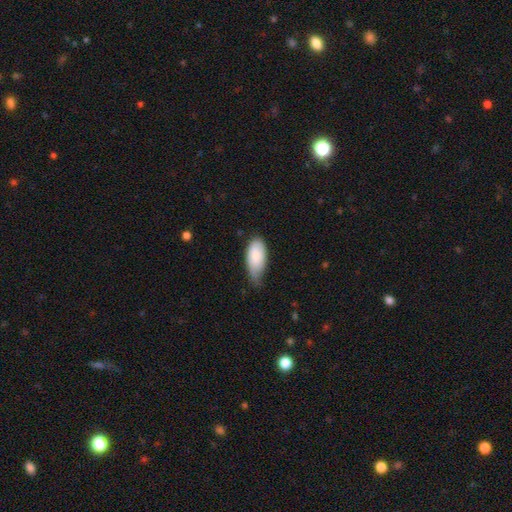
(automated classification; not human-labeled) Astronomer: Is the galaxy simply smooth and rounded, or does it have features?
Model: smooth — 82%.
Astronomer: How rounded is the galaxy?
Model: in between — 93%.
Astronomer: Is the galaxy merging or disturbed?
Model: minor disturbance — 51% (runner-up: none, 36%).